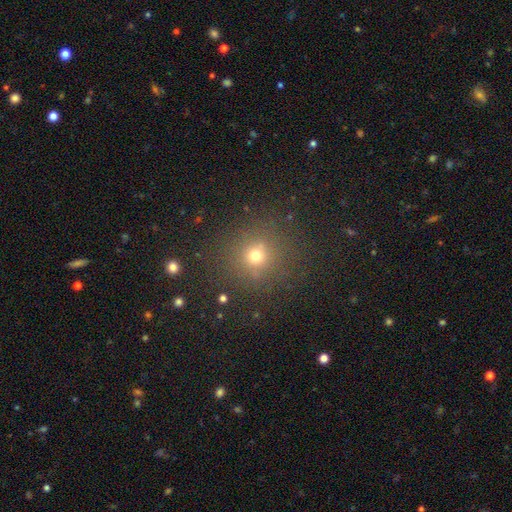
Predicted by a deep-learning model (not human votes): smooth 68%, star or artifact 24%, featured or disk 8%. Down the decision tree: how rounded — round (90%); merging — none (85%).